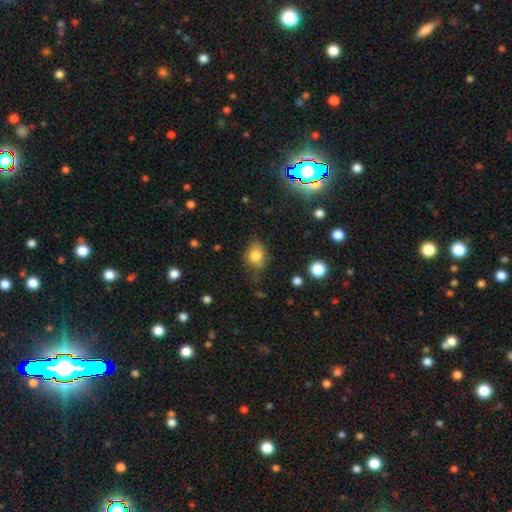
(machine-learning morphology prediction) A smooth galaxy with no disk features (80%) that is in between round and cigar-shaped (56%). Merging: none (62%).